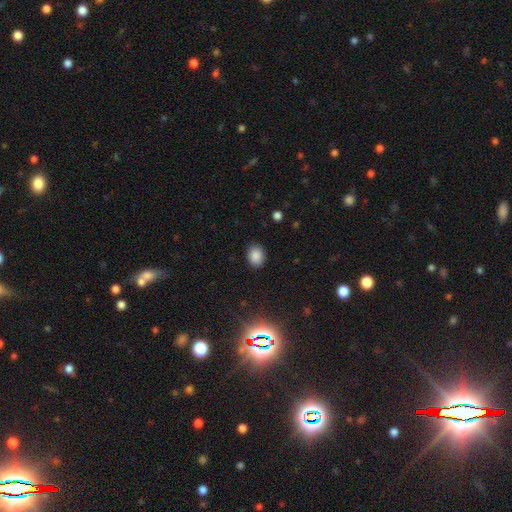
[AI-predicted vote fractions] Q: Smooth or featured?
A: smooth (86%); runner-up: star or artifact (11%)
Q: How rounded?
A: round (50%); runner-up: in between (49%)
Q: Merging?
A: none (87%); runner-up: minor disturbance (9%)